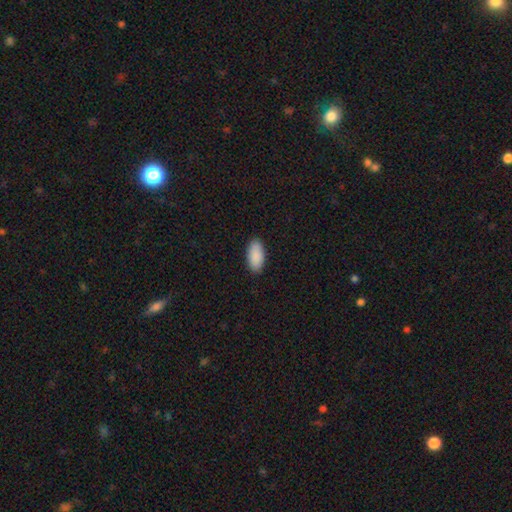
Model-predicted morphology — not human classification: The model was most divided on "merging": none: 90%, minor disturbance: 8%, major disturbance: 2%, merger: 1%. More confident: how rounded — in between (94%); smooth or featured — smooth (91%).